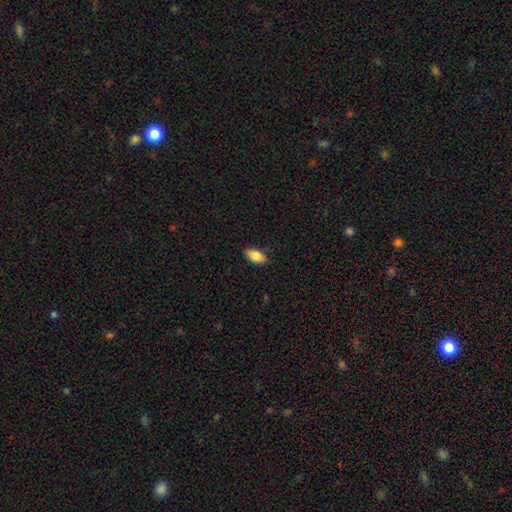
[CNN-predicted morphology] A smooth galaxy with no disk features (86%) that is in between round and cigar-shaped (91%).

Vote fractions:
- Smooth or featured? smooth: 86% / featured or disk: 7% / star or artifact: 7%
- How rounded? in between: 91% / cigar-shaped: 6% / round: 3%
- Merging? none: 86% / minor disturbance: 11% / major disturbance: 2% / merger: 1%